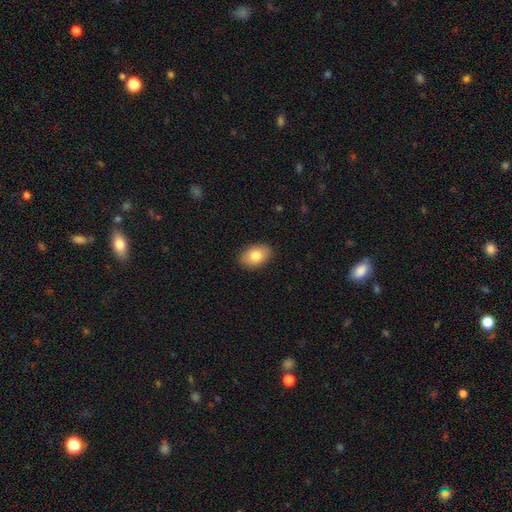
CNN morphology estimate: Smooth or featured? Predicted: smooth (p=0.81). How rounded? Predicted: in between (p=0.87). Merging? Predicted: none (p=0.89).